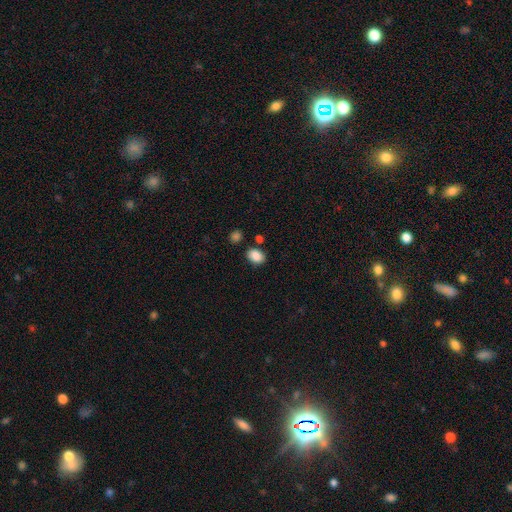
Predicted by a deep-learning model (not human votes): smooth_or_featured: smooth (p=0.88) [alt: star or artifact p=0.08]
how_rounded: in between (p=0.77) [alt: round p=0.22]
merging: none (p=0.79) [alt: minor disturbance p=0.12]